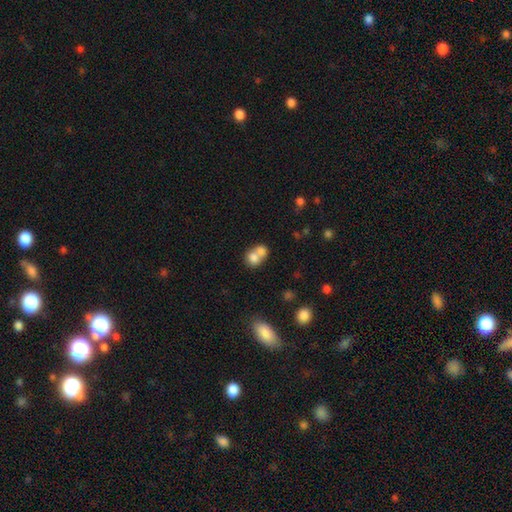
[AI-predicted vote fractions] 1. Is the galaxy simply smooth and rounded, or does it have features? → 73% smooth, 17% featured or disk, 10% star or artifact.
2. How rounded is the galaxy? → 63% round, 36% in between, 1% cigar-shaped.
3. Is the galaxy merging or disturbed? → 68% merger, 23% none, 6% minor disturbance, 3% major disturbance.